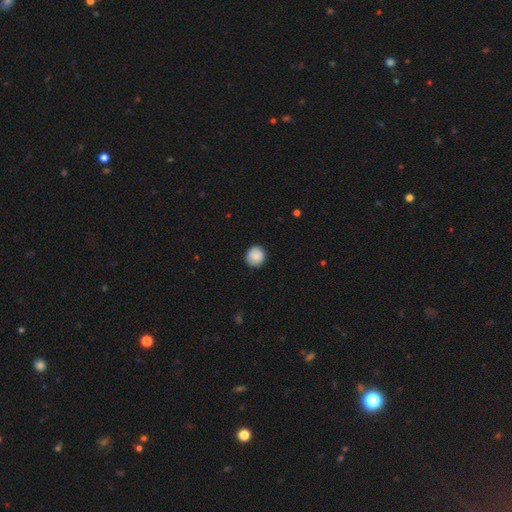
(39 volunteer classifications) smooth-or-featured: smooth: 90% | featured or disk: 5% | star or artifact: 5%
  how-rounded: round: 97% | in between: 3% | cigar-shaped: 0%
  merging: none: 81% | minor disturbance: 16% | major disturbance: 3% | merger: 0%